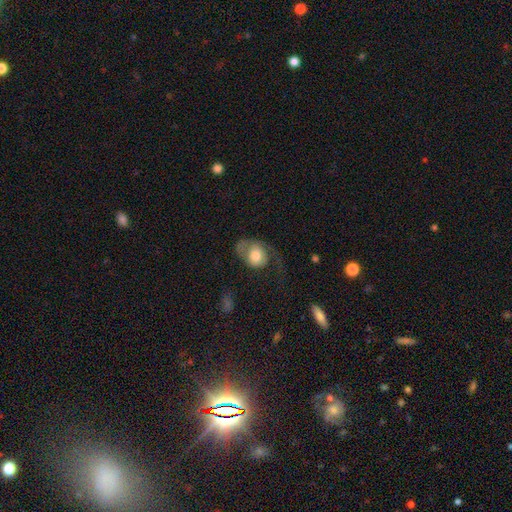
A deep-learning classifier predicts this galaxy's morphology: A smooth galaxy with no disk features (60%) that is in between round and cigar-shaped (52%).

Vote fractions:
- Smooth or featured? smooth: 60% / featured or disk: 33% / star or artifact: 7%
- How rounded? in between: 52% / round: 47% / cigar-shaped: 1%
- Merging? major disturbance: 52% / none: 25% / minor disturbance: 20% / merger: 3%